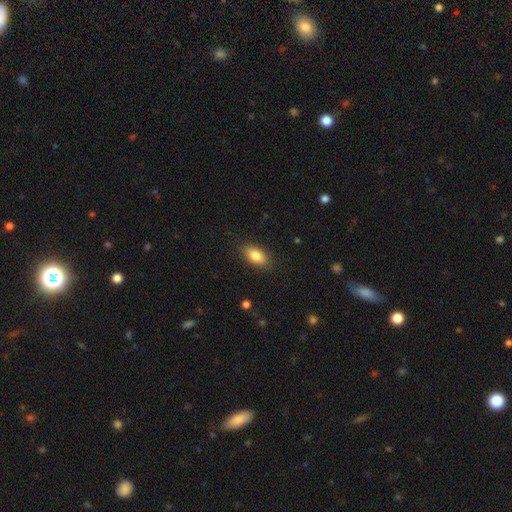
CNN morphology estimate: Smooth or featured?
  - smooth: 85% *
  - featured or disk: 8%
  - star or artifact: 8%
How rounded?
  - in between: 90% *
  - round: 6%
  - cigar-shaped: 5%
Merging?
  - none: 86% *
  - minor disturbance: 10%
  - major disturbance: 3%
  - merger: 1%